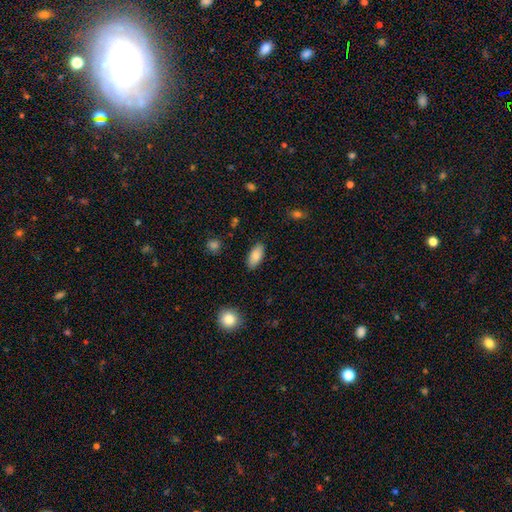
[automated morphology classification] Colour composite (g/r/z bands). It shows a smooth galaxy with no disk features (84%) that is in between round and cigar-shaped (91%). Merging: none (86%).